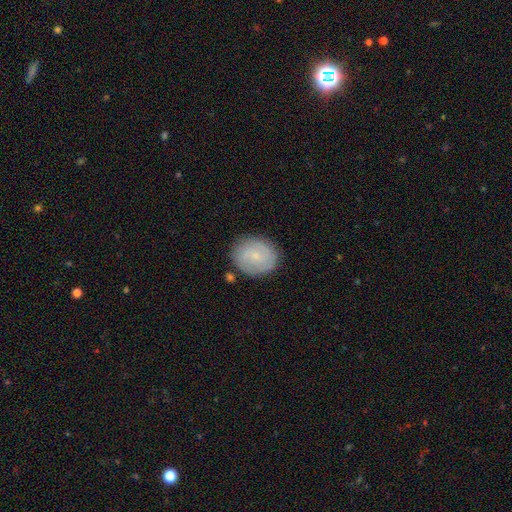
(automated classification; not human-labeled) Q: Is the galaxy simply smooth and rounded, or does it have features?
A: featured or disk — 52%.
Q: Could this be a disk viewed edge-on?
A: no — 98%.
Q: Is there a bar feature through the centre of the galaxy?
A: no — 63%.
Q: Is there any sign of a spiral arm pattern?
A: yes — 83%.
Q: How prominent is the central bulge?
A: small — 77%.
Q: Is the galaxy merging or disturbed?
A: none — 82%.